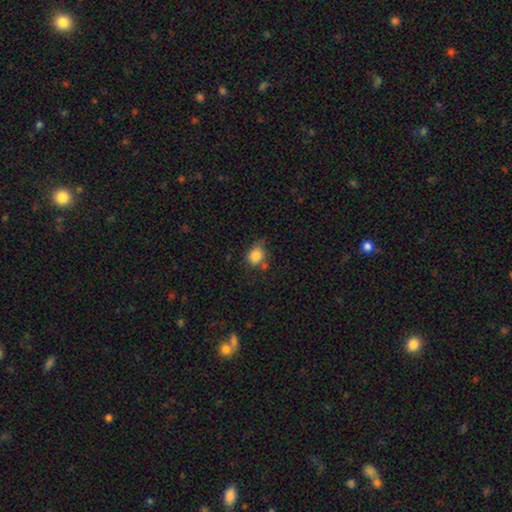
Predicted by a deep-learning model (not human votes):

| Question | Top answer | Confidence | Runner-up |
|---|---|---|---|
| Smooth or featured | smooth | 83% | star or artifact (10%) |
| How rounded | round | 64% | in between (35%) |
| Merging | none | 54% | minor disturbance (29%) |